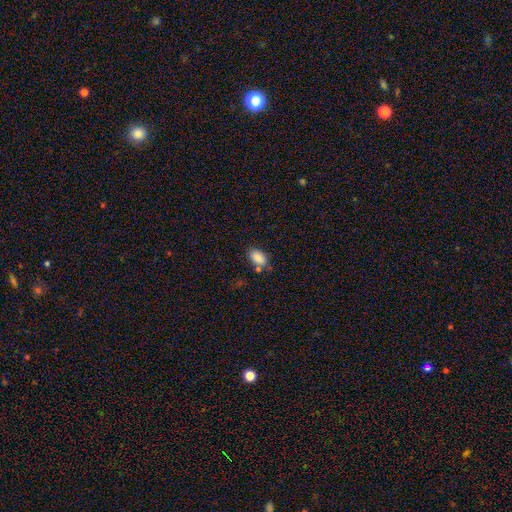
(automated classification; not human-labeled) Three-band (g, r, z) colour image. It shows a smooth galaxy with no disk features (88%) that is in between round and cigar-shaped (91%). Merging: none (69%).